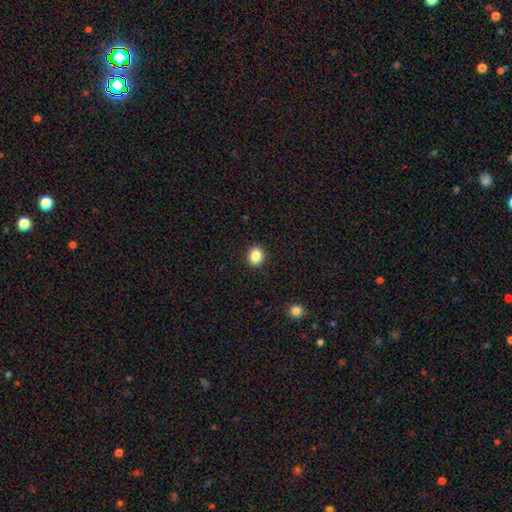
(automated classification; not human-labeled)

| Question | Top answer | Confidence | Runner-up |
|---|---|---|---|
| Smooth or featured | smooth | 86% | star or artifact (10%) |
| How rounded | round | 69% | in between (30%) |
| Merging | none | 92% | minor disturbance (6%) |